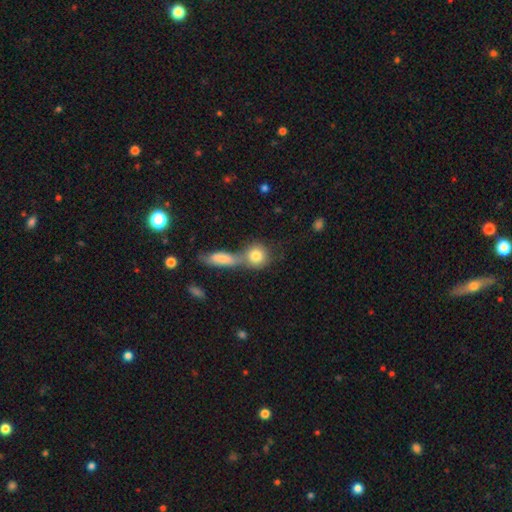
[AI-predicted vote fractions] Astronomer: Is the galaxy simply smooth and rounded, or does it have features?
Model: smooth — 80%.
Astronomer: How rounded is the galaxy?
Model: round — 81%.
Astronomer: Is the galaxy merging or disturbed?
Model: merger — 51% (runner-up: none, 37%).